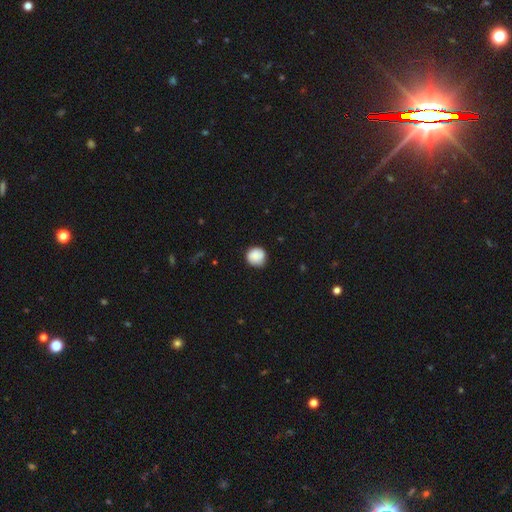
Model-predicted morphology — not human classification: Q: Smooth or featured?
A: smooth (81%); runner-up: featured or disk (11%)
Q: How rounded?
A: round (91%); runner-up: in between (8%)
Q: Merging?
A: none (74%); runner-up: minor disturbance (20%)